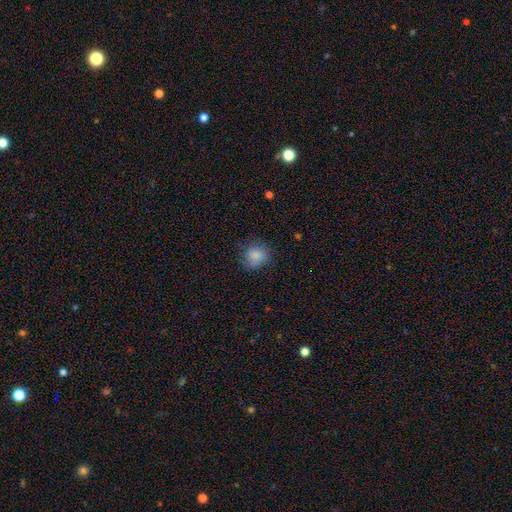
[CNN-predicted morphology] A smooth galaxy with no disk features (82%) that is round (82%). Merging: none (72%).